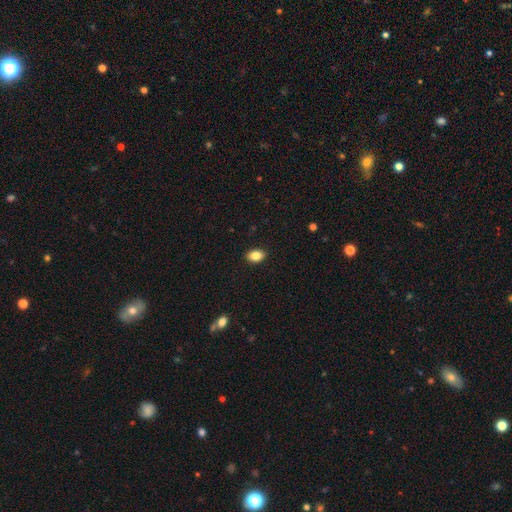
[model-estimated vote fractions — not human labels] smooth 85%, star or artifact 8%, featured or disk 7%. Down the decision tree: how rounded — in between (82%); merging — none (89%).